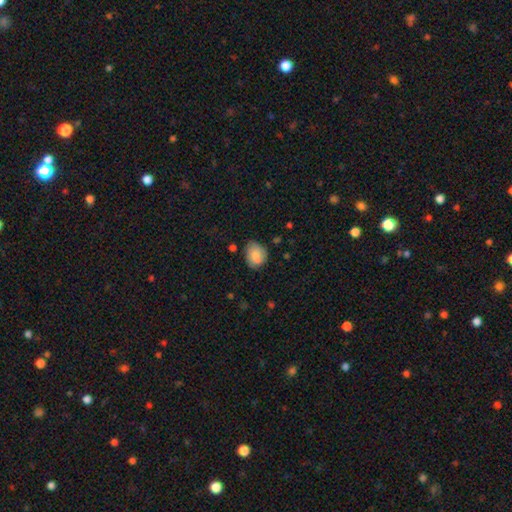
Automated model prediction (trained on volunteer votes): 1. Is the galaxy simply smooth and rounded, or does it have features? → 81% smooth, 11% featured or disk, 8% star or artifact.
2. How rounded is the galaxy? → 62% in between, 37% round, 1% cigar-shaped.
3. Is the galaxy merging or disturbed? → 66% none, 25% minor disturbance, 6% major disturbance, 3% merger.